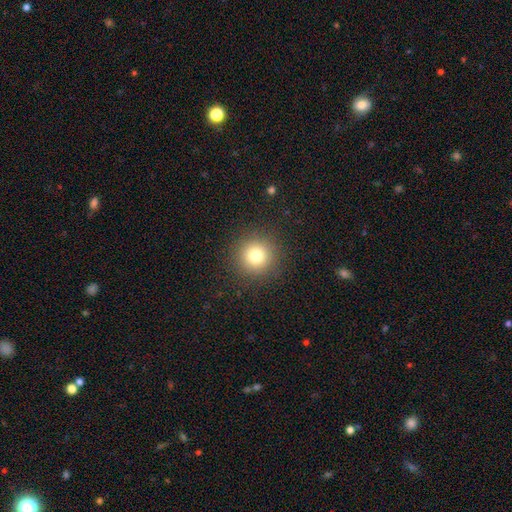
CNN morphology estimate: Smooth or featured: smooth — 78% (star or artifact — 14%)
How rounded: round — 95% (in between — 4%)
Merging: none — 90% (minor disturbance — 6%)